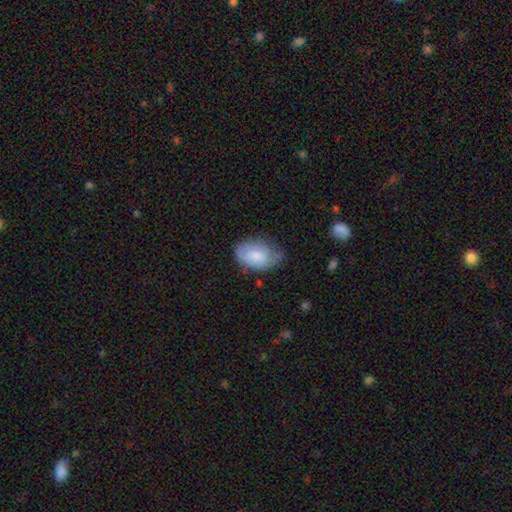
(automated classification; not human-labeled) smooth 74%, featured or disk 19%, star or artifact 6%. Down the decision tree: how rounded — in between (90%); merging — none (47%).